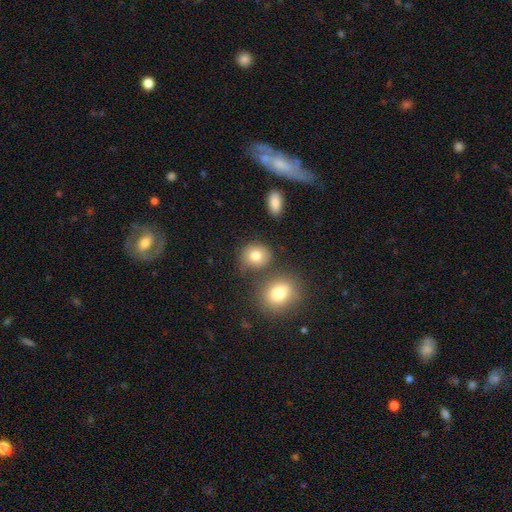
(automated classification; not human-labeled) Morphology: type=smooth (80%); roundness=round (76%); merging=none (70%).